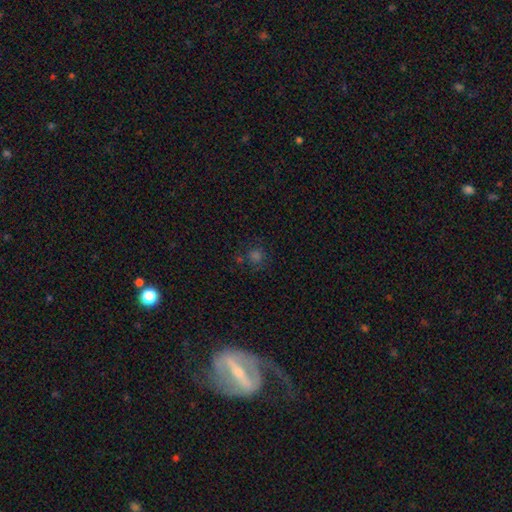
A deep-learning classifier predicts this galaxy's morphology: A smooth galaxy with no disk features (56%) that is round (88%). Merging: none (74%).